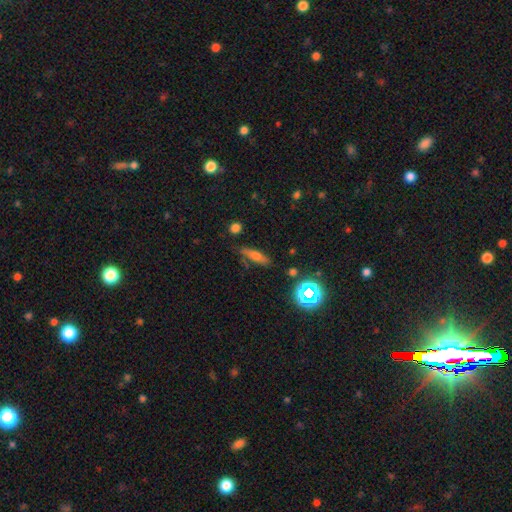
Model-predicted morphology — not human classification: A smooth galaxy with no disk features (56%) that is cigar-shaped (62%).

Vote fractions:
- Smooth or featured? smooth: 56% / featured or disk: 29% / star or artifact: 15%
- How rounded? cigar-shaped: 62% / in between: 31% / round: 6%
- Merging? none: 80% / minor disturbance: 14% / major disturbance: 3% / merger: 3%